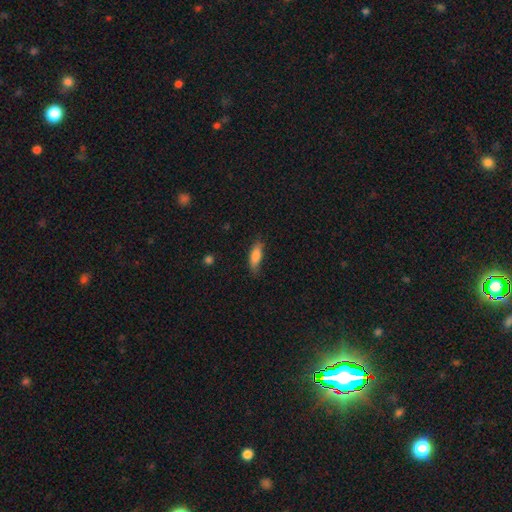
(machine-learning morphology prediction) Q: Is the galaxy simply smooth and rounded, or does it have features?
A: smooth — 83%.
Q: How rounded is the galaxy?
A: in between — 61%.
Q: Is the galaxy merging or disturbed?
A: none — 74%.